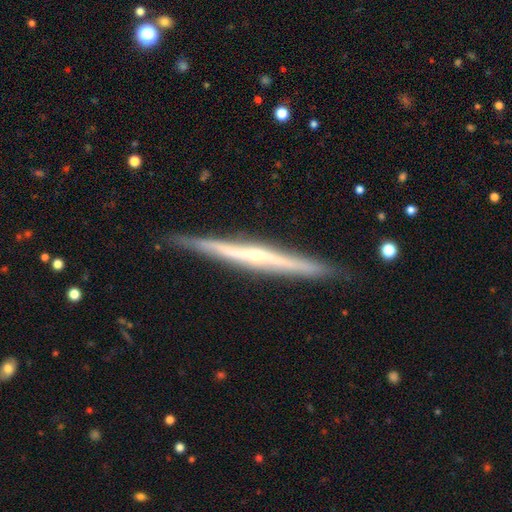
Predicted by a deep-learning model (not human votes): A featured or disk galaxy (81%) viewed edge-on (98%) with a rounded central bulge (68%).

Vote fractions:
- Smooth or featured? featured or disk: 81% / smooth: 14% / star or artifact: 5%
- Edge-on disk? yes: 98% / no: 2%
- Edge-on bulge? rounded: 68% / none: 27% / boxy: 5%
- Merging? none: 89% / minor disturbance: 8% / major disturbance: 1% / merger: 1%